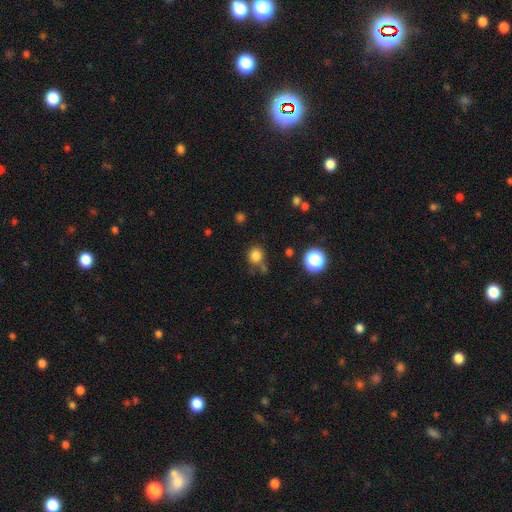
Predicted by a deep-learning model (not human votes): Overall: smooth (81%). How rounded: round (86%). Merging: none (70%).